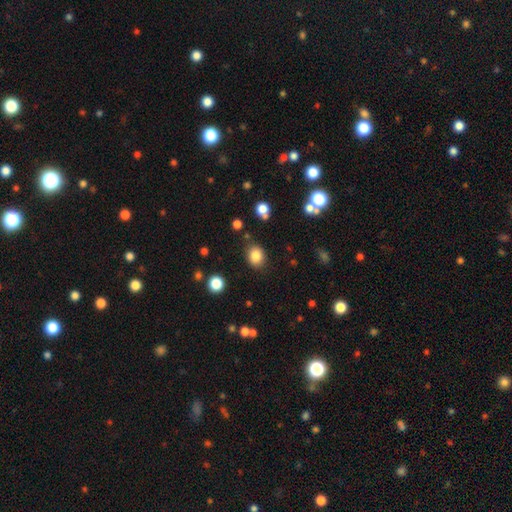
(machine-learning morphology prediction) smooth 84%, star or artifact 10%, featured or disk 5%. Down the decision tree: how rounded — round (55%); merging — none (83%).